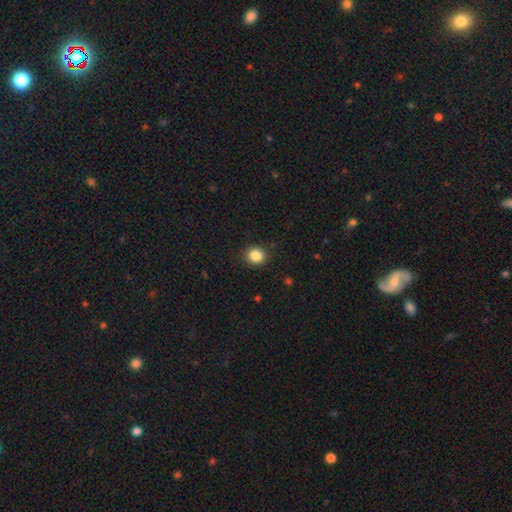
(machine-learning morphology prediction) The model was most divided on "how rounded": round: 84%, in between: 15%, cigar-shaped: 1%. More confident: merging — none (90%); smooth or featured — smooth (85%).